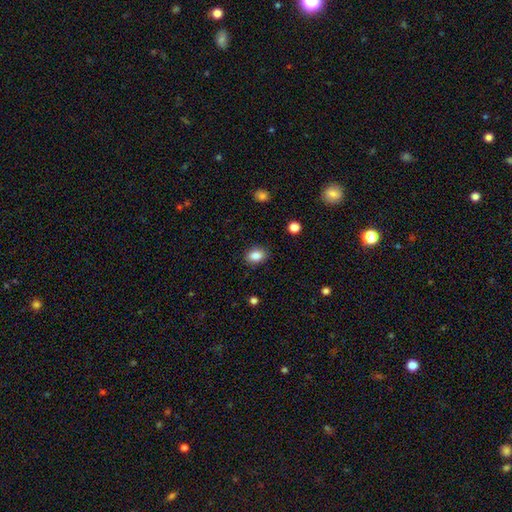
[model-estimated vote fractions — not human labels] smooth_or_featured: smooth (p=0.86) [alt: star or artifact p=0.09]
how_rounded: in between (p=0.74) [alt: round p=0.25]
merging: none (p=0.87) [alt: minor disturbance p=0.09]